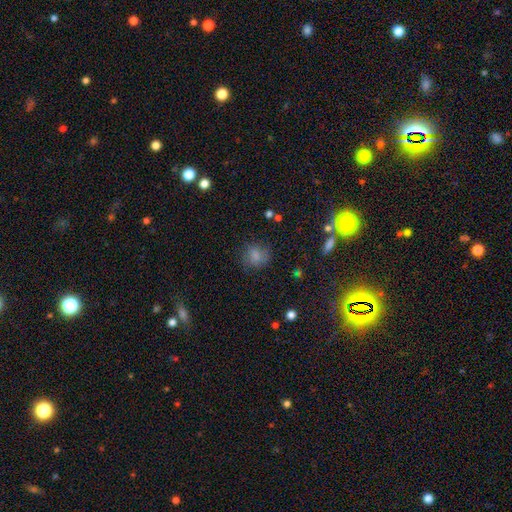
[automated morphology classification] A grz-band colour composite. It shows a smooth galaxy with no disk features (79%) that is round (75%). Merging: none (75%).